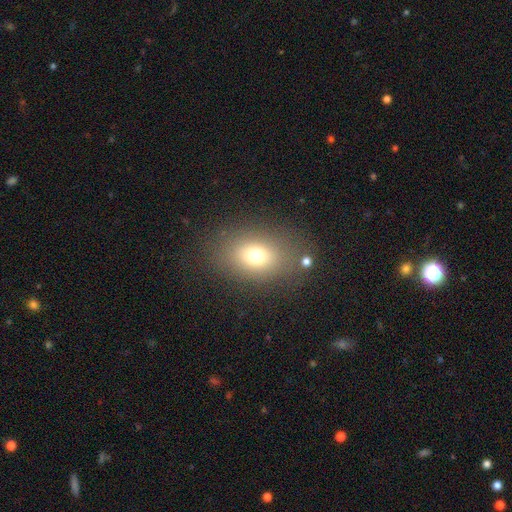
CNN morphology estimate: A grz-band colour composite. It shows a smooth galaxy with no disk features (72%) that is in between round and cigar-shaped (71%). Merging: none (79%).